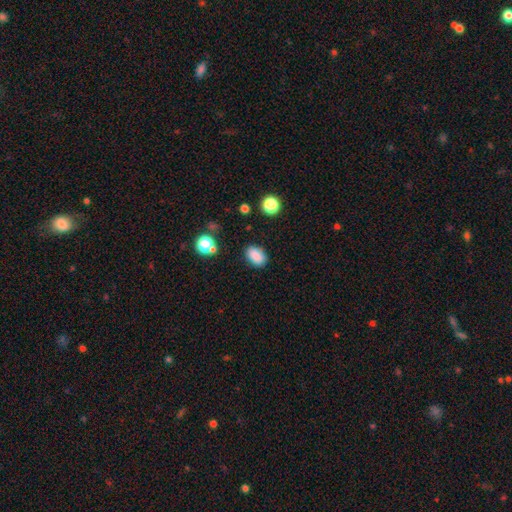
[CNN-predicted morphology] A smooth galaxy with no disk features (87%) that is in between round and cigar-shaped (85%).

Vote fractions:
- Smooth or featured? smooth: 87% / star or artifact: 9% / featured or disk: 4%
- How rounded? in between: 85% / round: 13% / cigar-shaped: 1%
- Merging? none: 85% / minor disturbance: 11% / major disturbance: 3% / merger: 2%